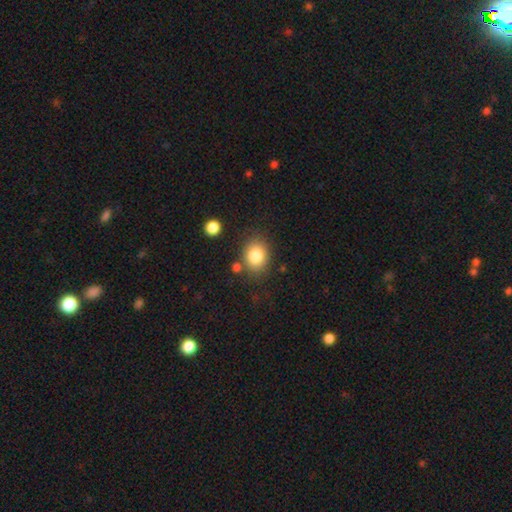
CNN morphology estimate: smooth-or-featured: smooth: 83% | star or artifact: 9% | featured or disk: 8%
  how-rounded: round: 53% | in between: 46% | cigar-shaped: 1%
  merging: none: 79% | minor disturbance: 12% | merger: 6% | major disturbance: 4%